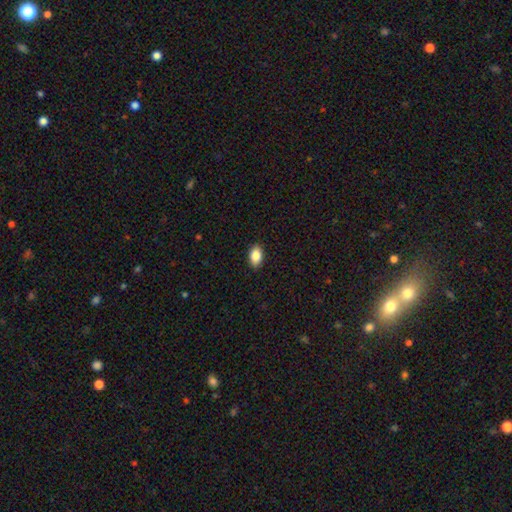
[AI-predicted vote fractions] smooth 87%, star or artifact 8%, featured or disk 5%. Down the decision tree: how rounded — in between (89%); merging — none (90%).